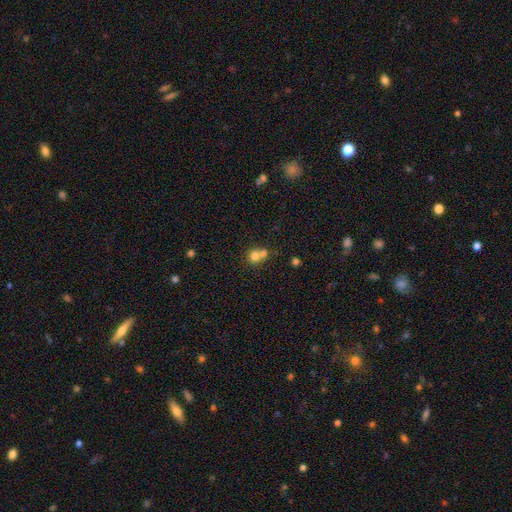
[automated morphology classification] A smooth galaxy with no disk features (75%) that is round (81%).

Vote fractions:
- Smooth or featured? smooth: 75% / featured or disk: 13% / star or artifact: 12%
- How rounded? round: 81% / in between: 18% / cigar-shaped: 1%
- Merging? merger: 57% / none: 35% / minor disturbance: 6% / major disturbance: 3%